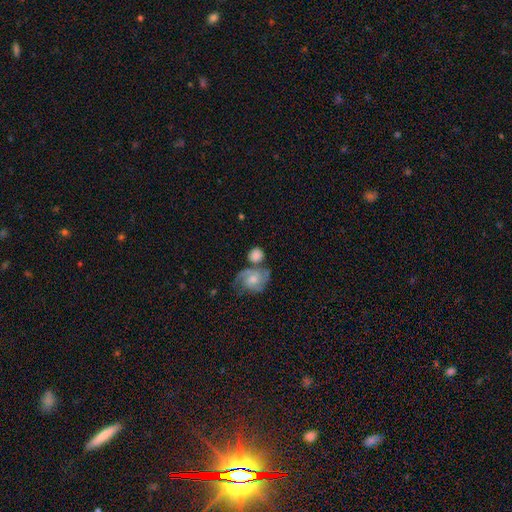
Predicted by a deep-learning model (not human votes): Overall: smooth (64%; featured or disk 29%). How rounded: round (74%). Merging: none (44%; merger 34%).